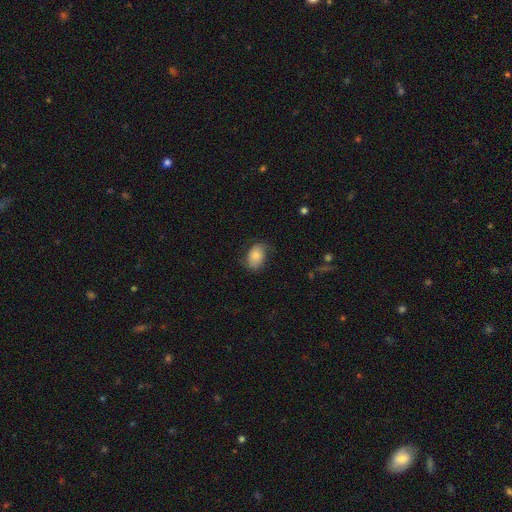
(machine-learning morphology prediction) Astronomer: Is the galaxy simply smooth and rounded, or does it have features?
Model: smooth — 74%.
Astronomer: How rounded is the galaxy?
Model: in between — 81%.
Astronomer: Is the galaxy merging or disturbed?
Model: none — 64%.